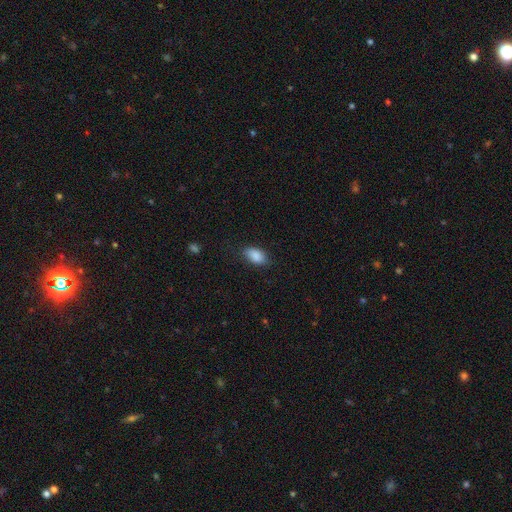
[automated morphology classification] smooth 88%, star or artifact 7%, featured or disk 5%. Down the decision tree: how rounded — in between (91%); merging — none (77%).